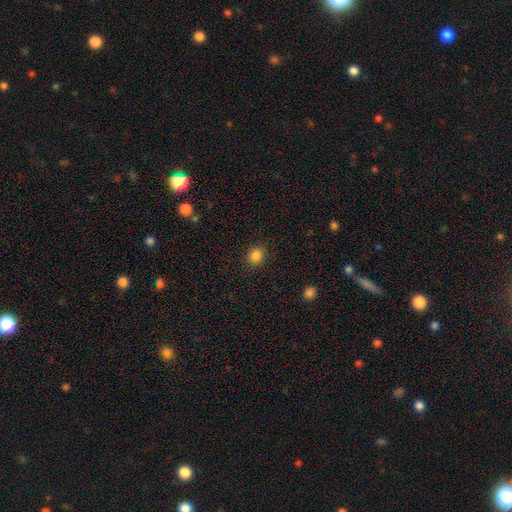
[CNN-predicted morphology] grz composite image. It shows a smooth galaxy with no disk features (86%) that is round (78%). Merging: none (89%).